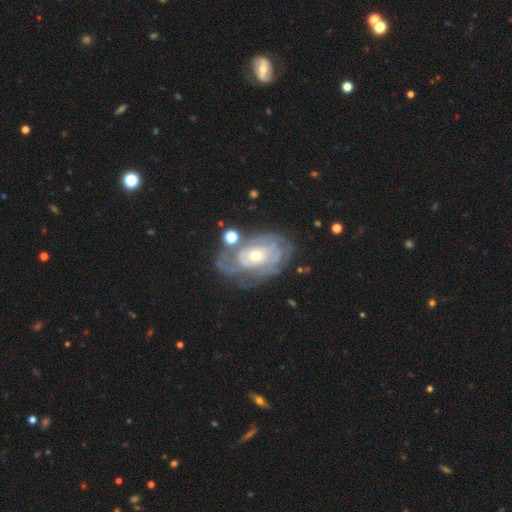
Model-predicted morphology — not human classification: featured or disk 87%, smooth 8%, star or artifact 5%. Down the decision tree: edge-on disk — no (96%); bar — no (74%); spiral arms — yes (92%); spiral arm count — can't tell (44%); spiral winding — tight (74%); bulge size — moderate (51%); merging — none (62%).